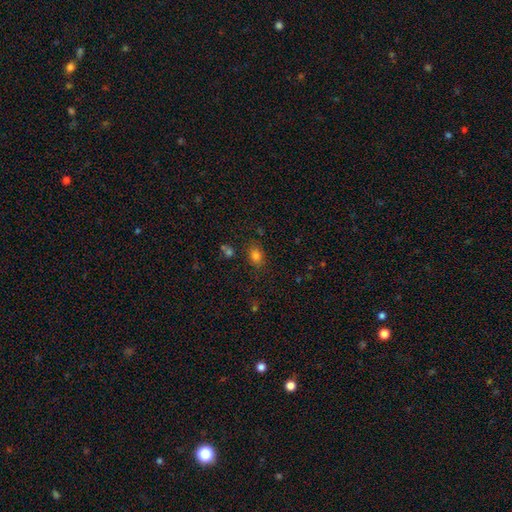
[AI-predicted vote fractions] smooth_or_featured: smooth (p=0.78) [alt: star or artifact p=0.16]
how_rounded: in between (p=0.61) [alt: round p=0.38]
merging: none (p=0.77) [alt: minor disturbance p=0.14]